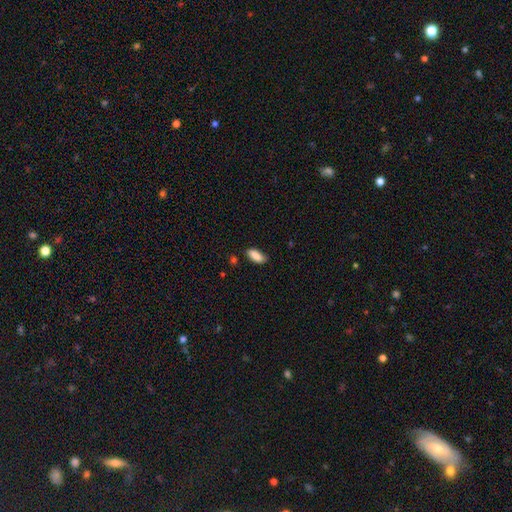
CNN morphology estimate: Smooth or featured? smooth (88%)
How rounded? in between (85%)
Merging? none (77%)